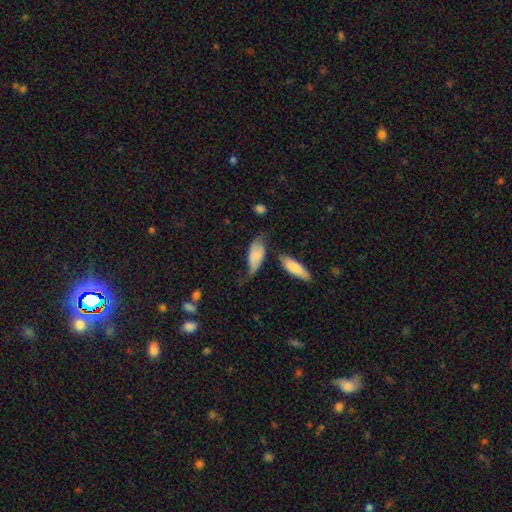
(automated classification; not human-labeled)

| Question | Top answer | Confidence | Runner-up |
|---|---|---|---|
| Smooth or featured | smooth | 65% | featured or disk (28%) |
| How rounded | in between | 85% | cigar-shaped (12%) |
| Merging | none | 40% | minor disturbance (35%) |